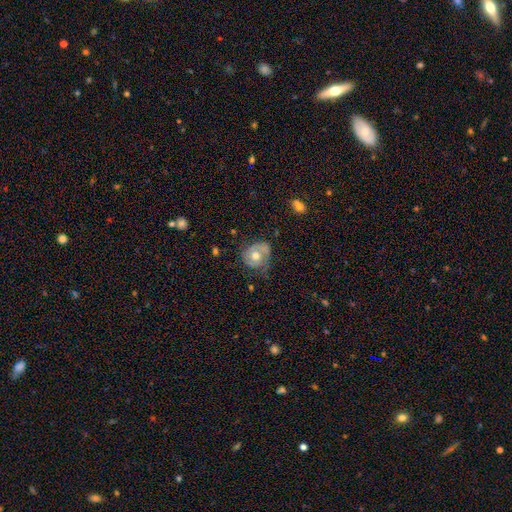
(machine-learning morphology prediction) Overall: featured or disk (59%; smooth 34%). Edge-on disk: no (97%). Bar: no (79%). Spiral arms: yes (77%). Bulge size: moderate (75%). Merging: none (56%; minor disturbance 27%).